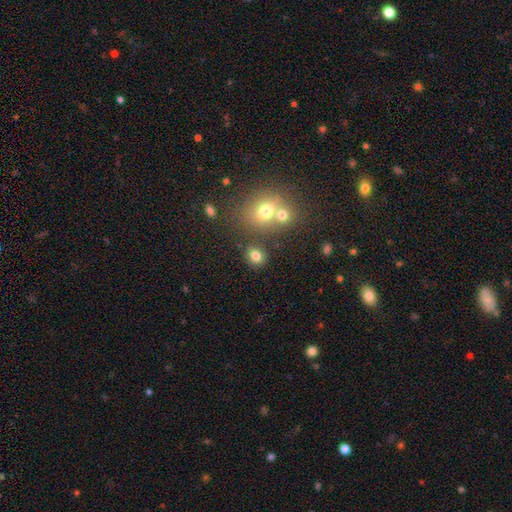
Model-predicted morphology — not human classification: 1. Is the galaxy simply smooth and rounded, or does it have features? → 79% smooth, 14% star or artifact, 8% featured or disk.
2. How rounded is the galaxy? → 64% round, 35% in between, 1% cigar-shaped.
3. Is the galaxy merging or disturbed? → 76% none, 11% merger, 10% minor disturbance, 4% major disturbance.